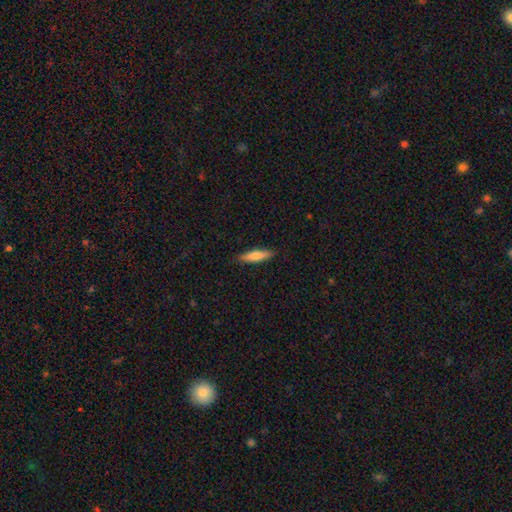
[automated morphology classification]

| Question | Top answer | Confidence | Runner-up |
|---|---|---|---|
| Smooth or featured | smooth | 74% | featured or disk (21%) |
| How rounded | cigar-shaped | 72% | in between (27%) |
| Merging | none | 88% | minor disturbance (9%) |